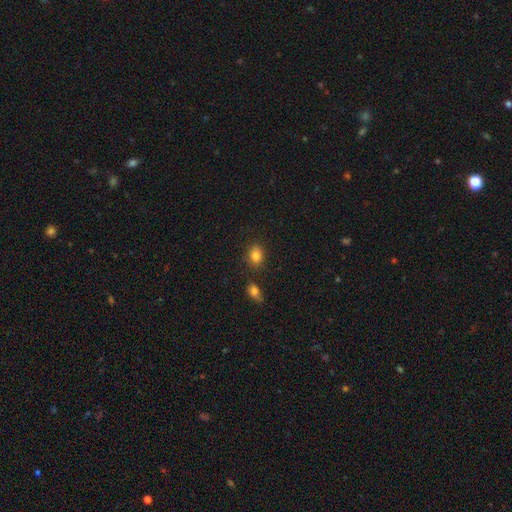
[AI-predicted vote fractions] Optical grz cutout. It shows a smooth galaxy with no disk features (83%) that is in between round and cigar-shaped (60%). Merging: none (80%).